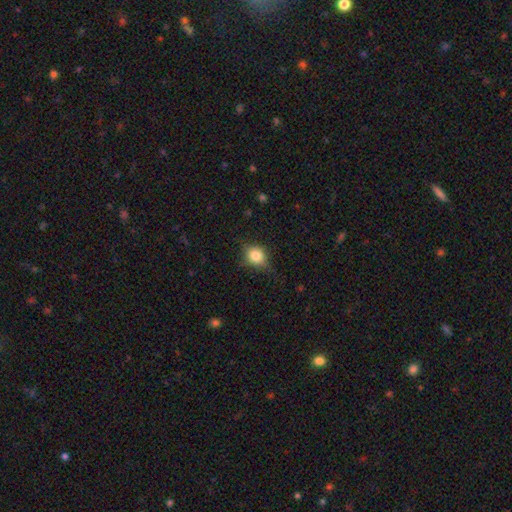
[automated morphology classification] A smooth galaxy with no disk features (71%) that is round (63%). Merging: none (67%).